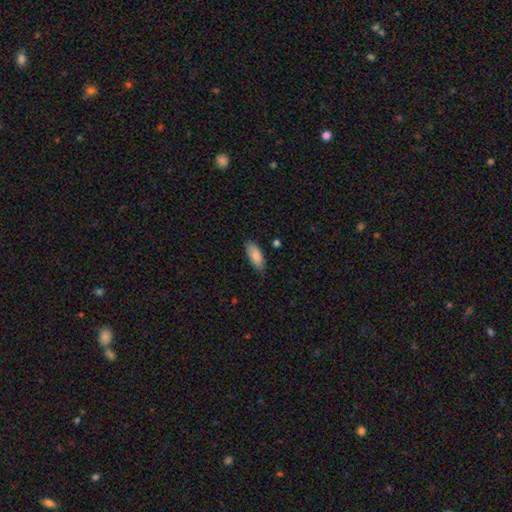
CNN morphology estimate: Smooth or featured? Predicted: smooth (p=0.84). How rounded? Predicted: in between (p=0.83). Merging? Predicted: none (p=0.78).